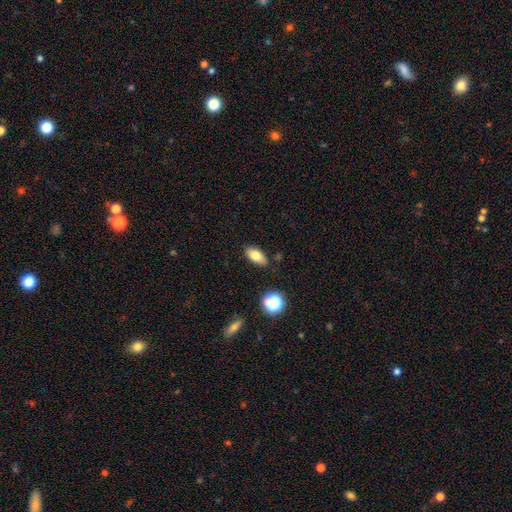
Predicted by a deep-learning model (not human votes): Morphology: type=smooth (78%); roundness=in between (88%); merging=none (85%).